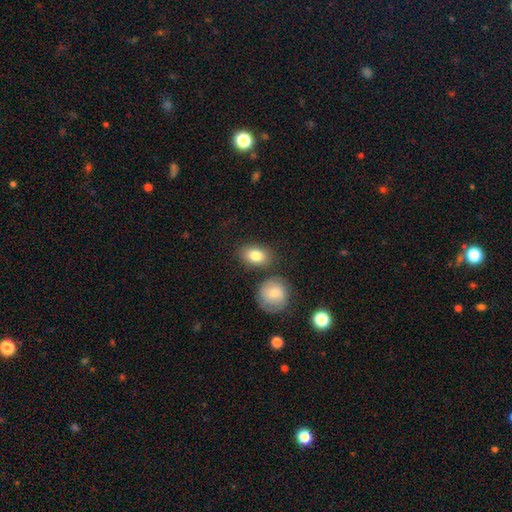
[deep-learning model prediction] Overall: smooth (83%). How rounded: in between (77%). Merging: none (74%).